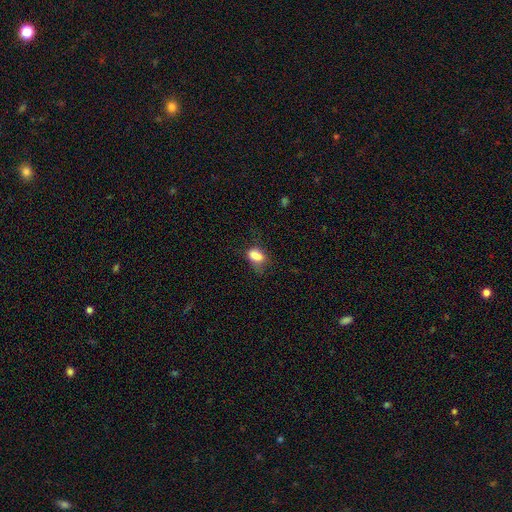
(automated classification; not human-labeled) A smooth galaxy with no disk features (82%) that is in between round and cigar-shaped (81%).

Vote fractions:
- Smooth or featured? smooth: 82% / star or artifact: 10% / featured or disk: 8%
- How rounded? in between: 81% / round: 17% / cigar-shaped: 2%
- Merging? none: 47% / minor disturbance: 32% / major disturbance: 16% / merger: 5%